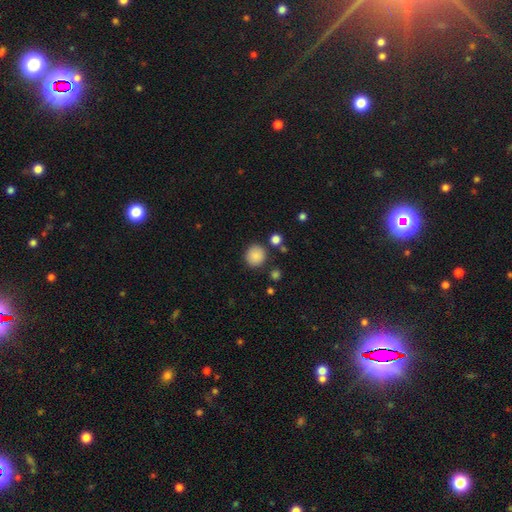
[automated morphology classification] type=smooth (86%); roundness=round (90%); merging=none (86%).